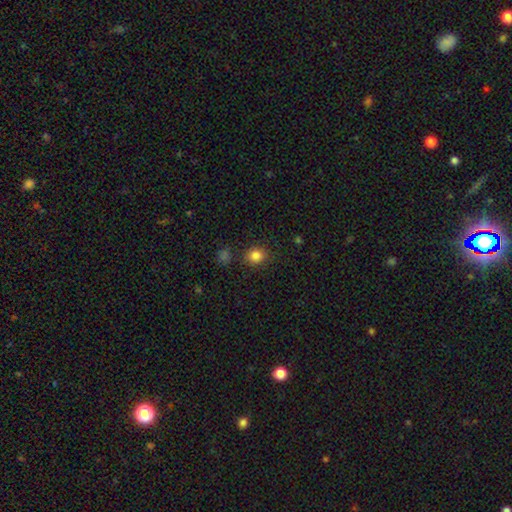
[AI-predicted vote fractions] Smooth or featured: smooth — 83% (star or artifact — 12%)
How rounded: round — 77% (in between — 22%)
Merging: none — 84% (minor disturbance — 10%)